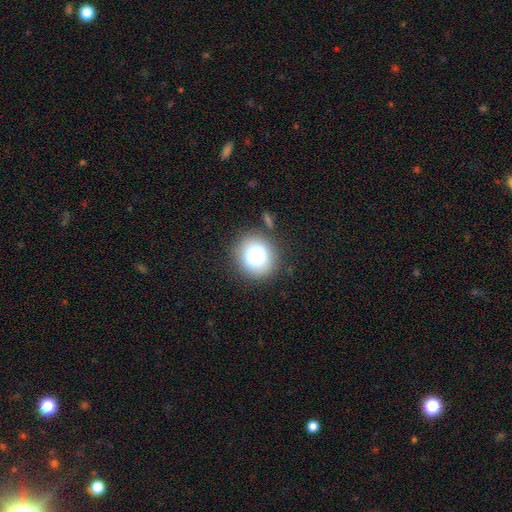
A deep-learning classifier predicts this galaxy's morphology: The model was most divided on "how rounded": round: 84%, in between: 15%, cigar-shaped: 1%. More confident: smooth or featured — smooth (82%); merging — none (81%).